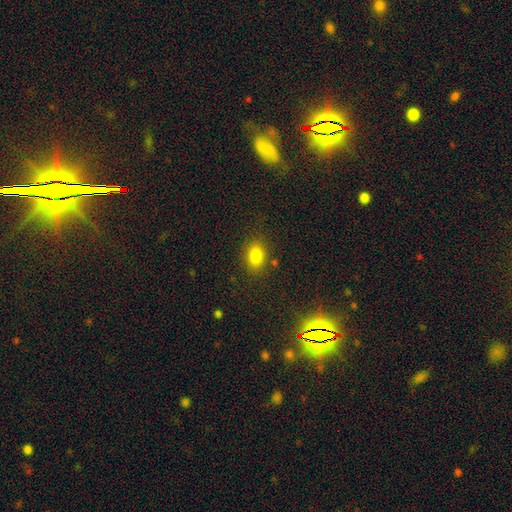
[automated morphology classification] This appears to be a smooth galaxy with no disk features (82%) that is in between round and cigar-shaped (74%). Merging: none (83%).